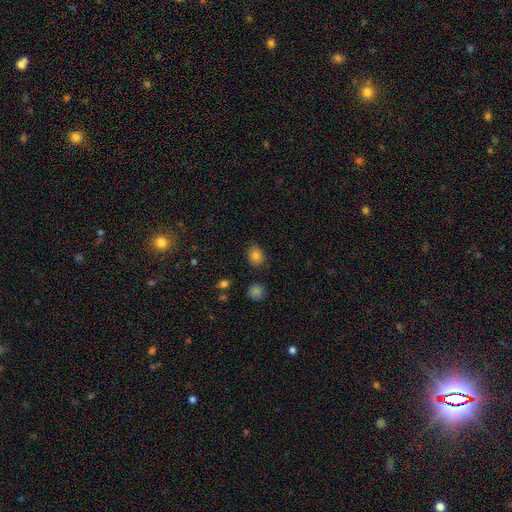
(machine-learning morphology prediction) The model was most divided on "how rounded": round: 56%, in between: 43%, cigar-shaped: 1%. More confident: merging — none (83%); smooth or featured — smooth (82%).